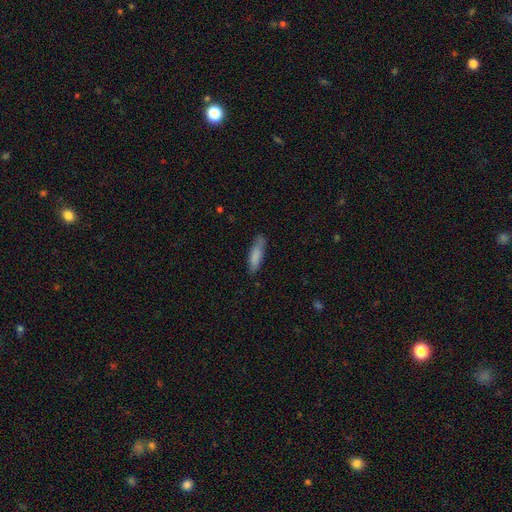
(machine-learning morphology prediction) Overall: smooth (83%). How rounded: cigar-shaped (60%; in between 39%). Merging: none (75%).